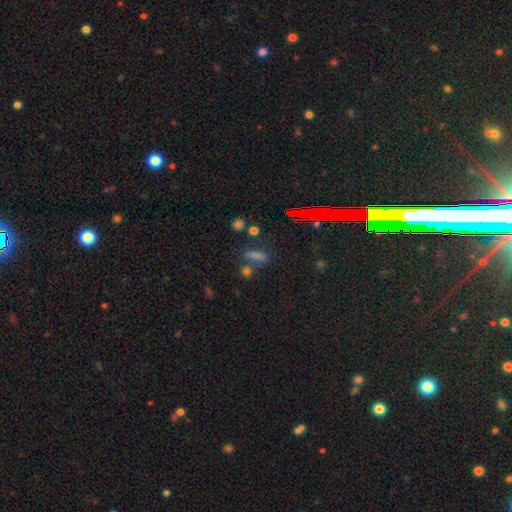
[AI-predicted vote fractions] Q: Smooth or featured?
A: smooth (54%); runner-up: star or artifact (34%)
Q: How rounded?
A: in between (48%); runner-up: cigar-shaped (37%)
Q: Merging?
A: none (64%); runner-up: minor disturbance (15%)